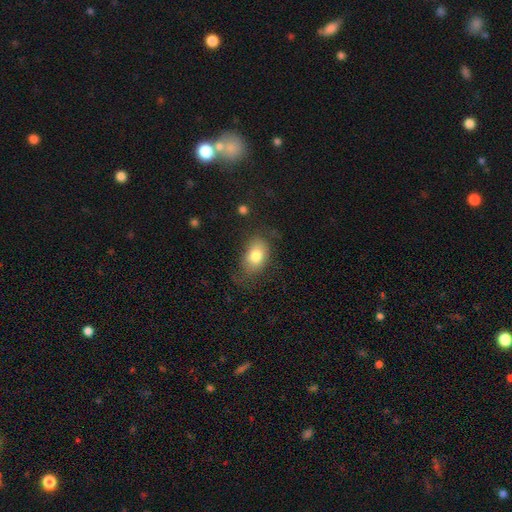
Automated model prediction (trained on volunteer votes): A smooth galaxy with no disk features (79%) that is in between round and cigar-shaped (85%). Merging: none (63%).